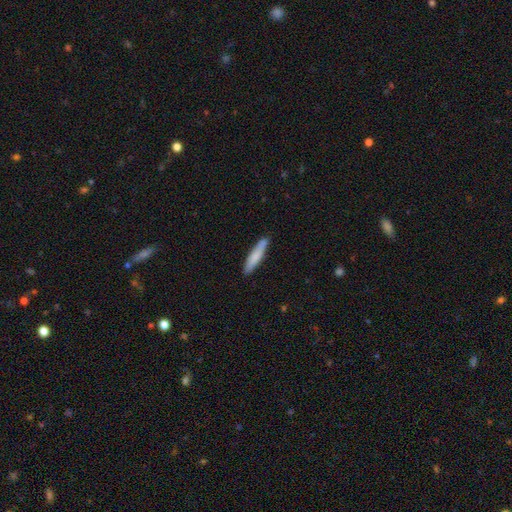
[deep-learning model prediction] Smooth or featured? smooth (78%)
How rounded? cigar-shaped (90%)
Merging? none (87%)